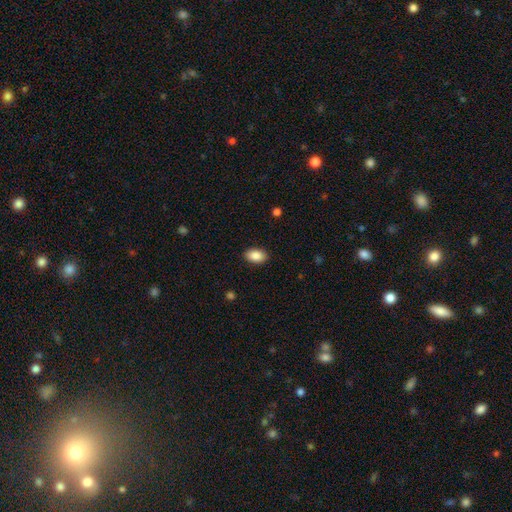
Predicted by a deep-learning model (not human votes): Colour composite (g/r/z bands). It shows a smooth galaxy with no disk features (88%) that is in between round and cigar-shaped (90%). Merging: none (89%).